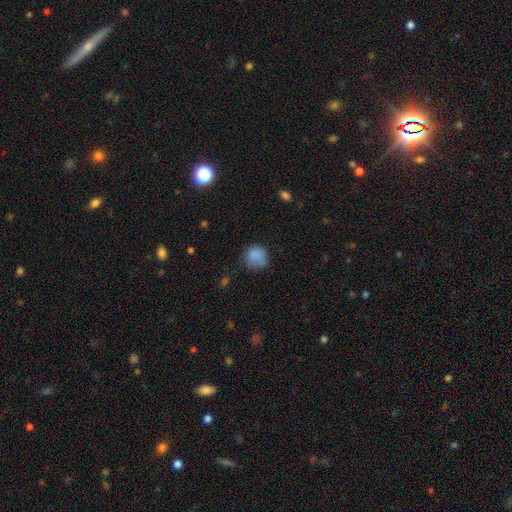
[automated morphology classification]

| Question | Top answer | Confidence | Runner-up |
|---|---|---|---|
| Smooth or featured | smooth | 84% | star or artifact (10%) |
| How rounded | round | 86% | in between (13%) |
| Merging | none | 67% | minor disturbance (23%) |